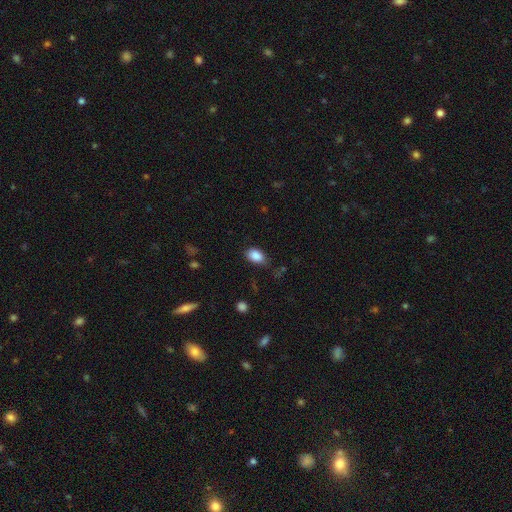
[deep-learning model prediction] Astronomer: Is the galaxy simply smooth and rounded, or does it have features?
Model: smooth — 87%.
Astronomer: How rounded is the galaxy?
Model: in between — 87%.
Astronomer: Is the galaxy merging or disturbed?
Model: none — 69%.